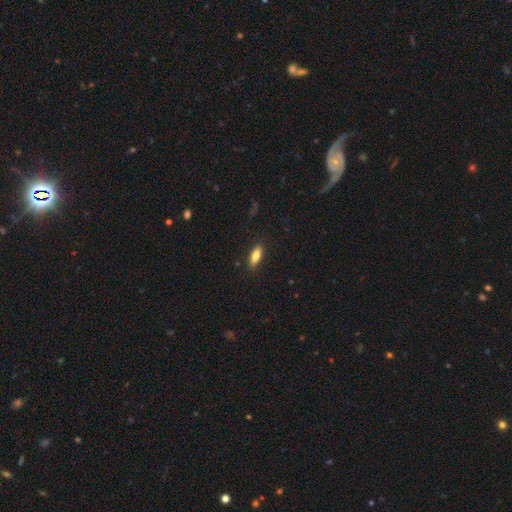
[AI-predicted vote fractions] The model was most divided on "how rounded": in between: 67%, cigar-shaped: 31%, round: 2%. More confident: merging — none (87%); smooth or featured — smooth (79%).